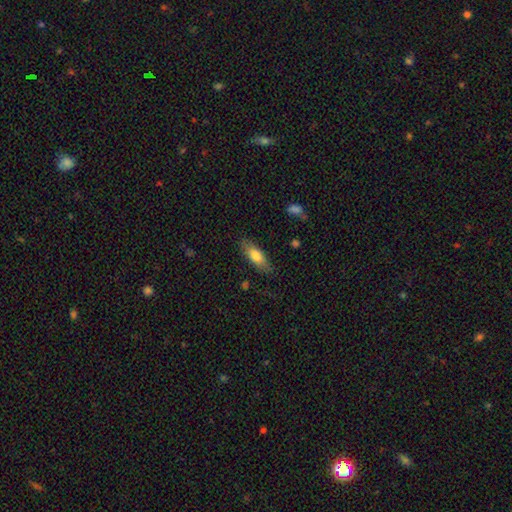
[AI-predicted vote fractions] Smooth or featured? smooth (73%)
How rounded? in between (64%)
Merging? none (80%)